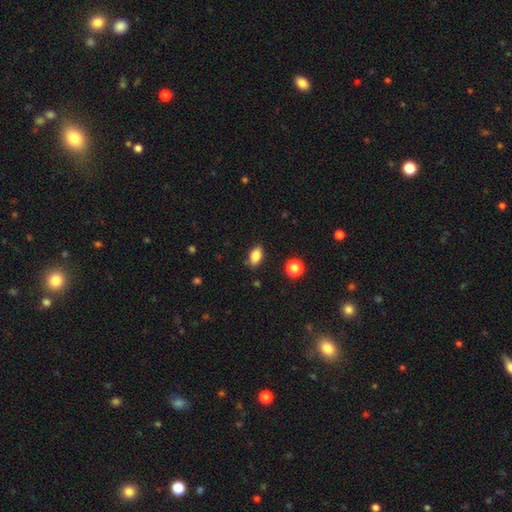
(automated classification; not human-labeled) Smooth or featured? Predicted: smooth (p=0.86). How rounded? Predicted: in between (p=0.88). Merging? Predicted: none (p=0.84).